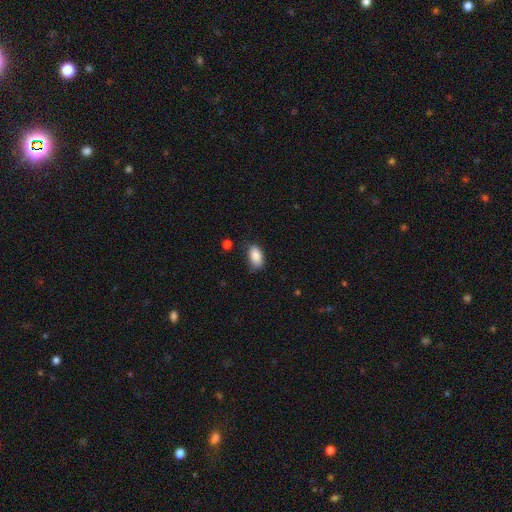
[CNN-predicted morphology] A smooth galaxy with no disk features (88%) that is in between round and cigar-shaped (93%).

Vote fractions:
- Smooth or featured? smooth: 88% / star or artifact: 7% / featured or disk: 5%
- How rounded? in between: 93% / round: 4% / cigar-shaped: 2%
- Merging? none: 74% / minor disturbance: 21% / major disturbance: 4% / merger: 2%